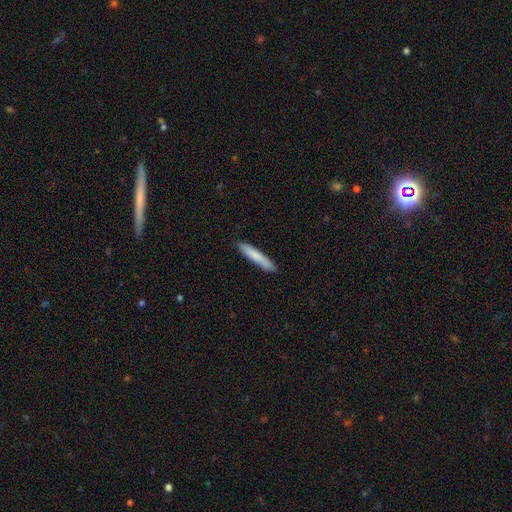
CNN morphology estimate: Q: Smooth or featured?
A: smooth (79%); runner-up: featured or disk (16%)
Q: How rounded?
A: cigar-shaped (93%); runner-up: in between (6%)
Q: Merging?
A: none (87%); runner-up: minor disturbance (10%)